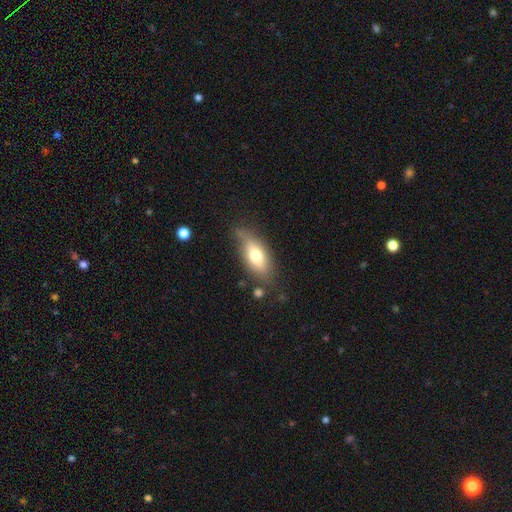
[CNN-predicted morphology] This appears to be a smooth galaxy with no disk features (63%) that is in between round and cigar-shaped (77%). Merging: none (65%).